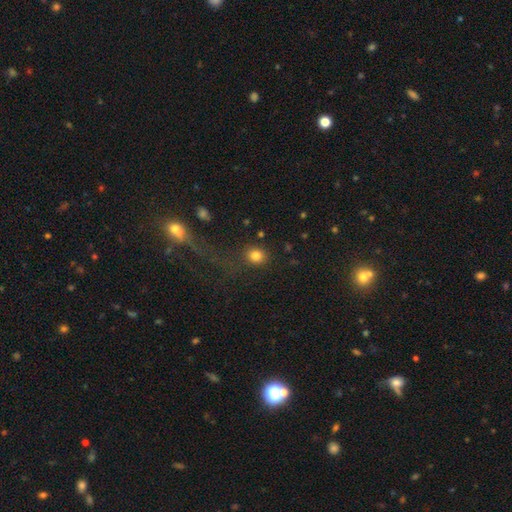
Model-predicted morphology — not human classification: A smooth galaxy with no disk features (82%) that is round (78%). Merging: none (79%).